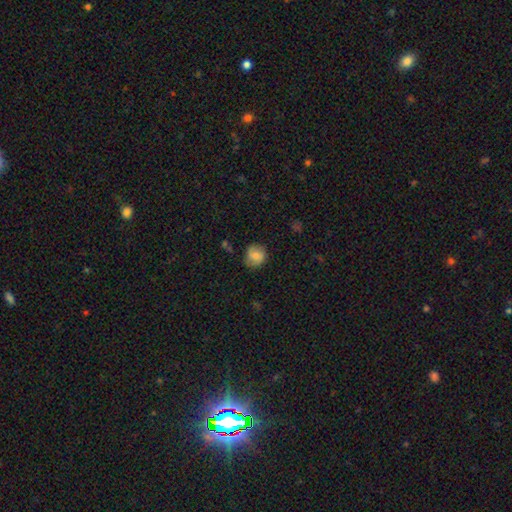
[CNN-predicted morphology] A smooth galaxy with no disk features (70%) that is round (82%). Merging: none (75%).